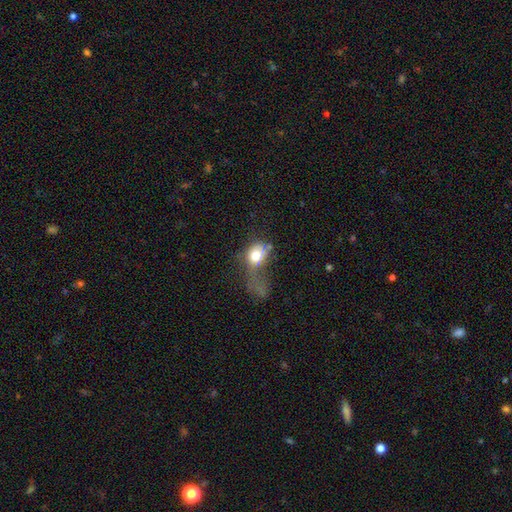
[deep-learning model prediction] smooth 71%, featured or disk 19%, star or artifact 10%. Down the decision tree: how rounded — in between (56%); merging — major disturbance (56%).